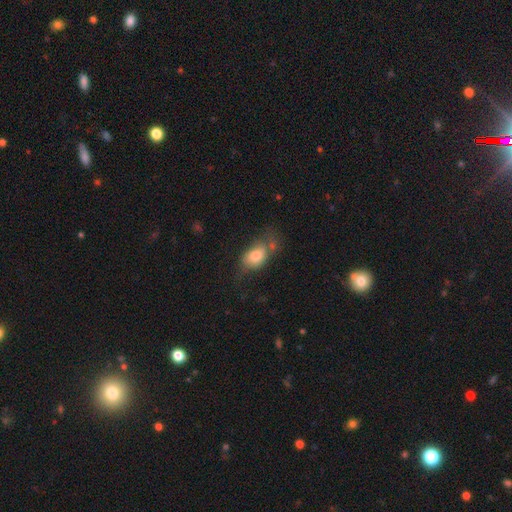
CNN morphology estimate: Smooth or featured? smooth (74%)
How rounded? in between (81%)
Merging? none (39%)